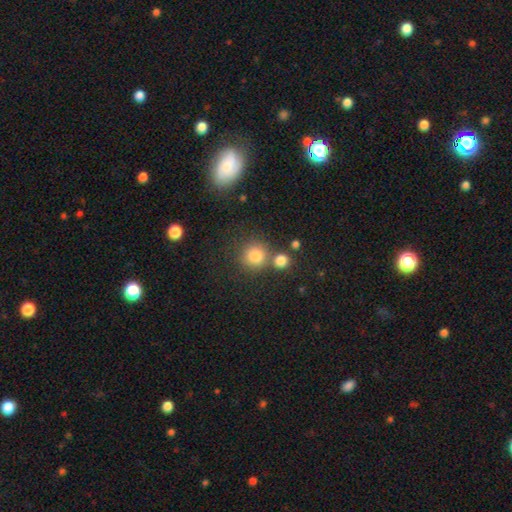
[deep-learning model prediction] Smooth or featured? smooth (80%)
How rounded? round (88%)
Merging? none (65%)